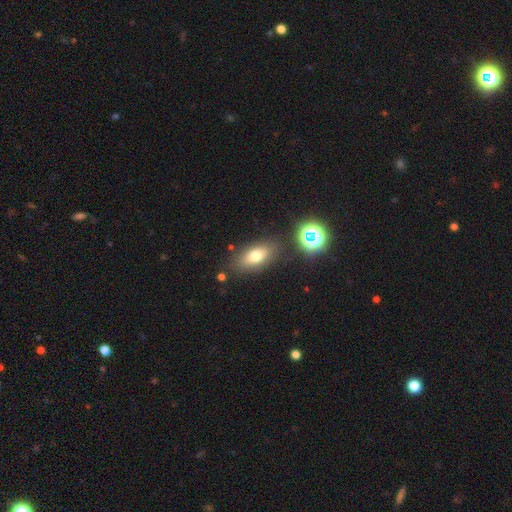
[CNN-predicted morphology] The model was most divided on "smooth or featured": smooth: 71%, featured or disk: 17%, star or artifact: 13%. More confident: how rounded — in between (81%); merging — none (80%).